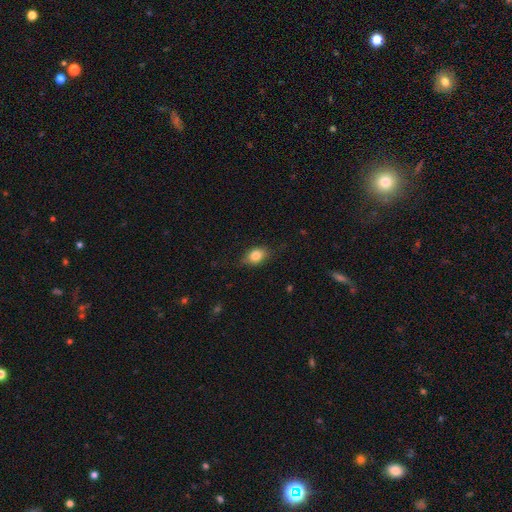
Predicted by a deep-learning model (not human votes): This appears to be a smooth galaxy with no disk features (80%) that is in between round and cigar-shaped (75%). Merging: none (77%).